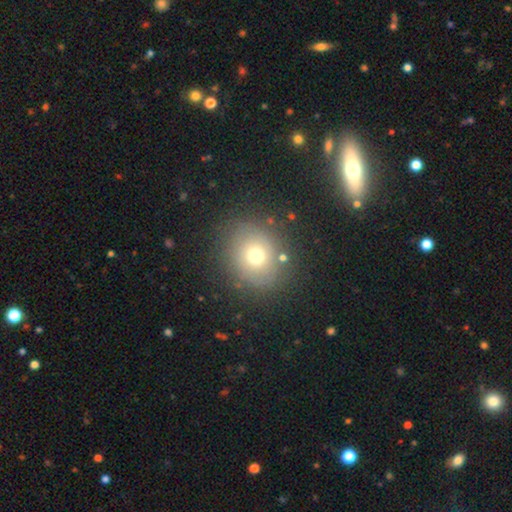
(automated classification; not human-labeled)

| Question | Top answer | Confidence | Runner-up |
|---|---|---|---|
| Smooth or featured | smooth | 68% | star or artifact (17%) |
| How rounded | round | 79% | in between (20%) |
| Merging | none | 81% | minor disturbance (11%) |